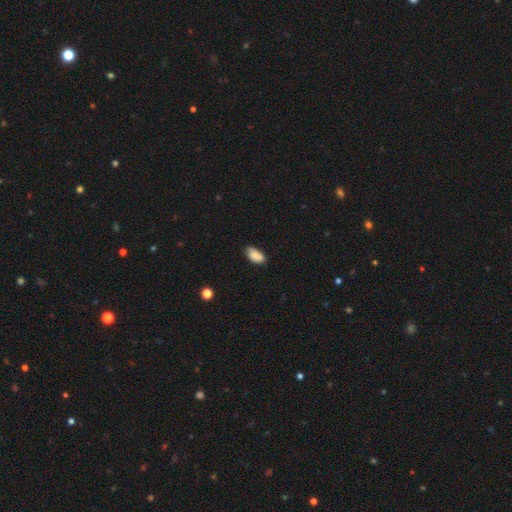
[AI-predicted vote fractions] smooth_or_featured: smooth (p=0.84) [alt: star or artifact p=0.08]
how_rounded: in between (p=0.92) [alt: round p=0.04]
merging: none (p=0.65) [alt: minor disturbance p=0.28]